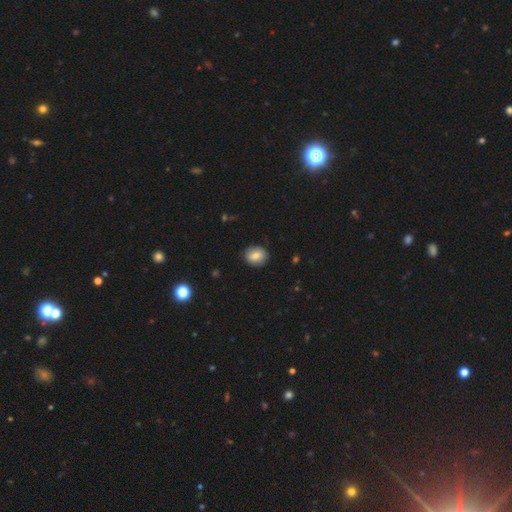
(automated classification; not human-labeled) A smooth galaxy with no disk features (80%) that is round (68%). Merging: none (87%).